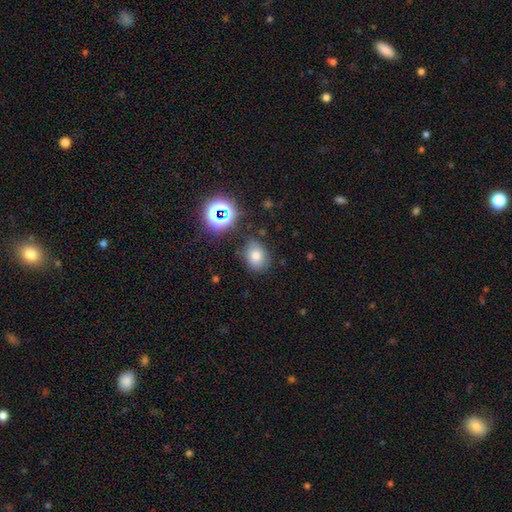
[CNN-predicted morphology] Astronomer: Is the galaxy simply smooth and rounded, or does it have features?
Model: smooth — 73%.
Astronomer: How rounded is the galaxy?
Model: in between — 53% (runner-up: round, 46%).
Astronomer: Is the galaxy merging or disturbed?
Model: none — 77%.